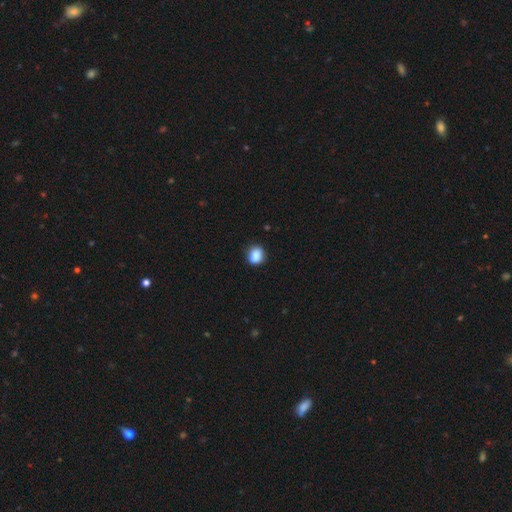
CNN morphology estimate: This appears to be a smooth galaxy with no disk features (86%) that is round (63%). Merging: none (80%).